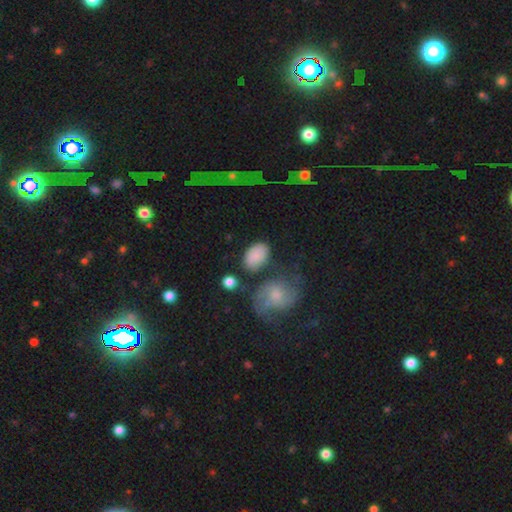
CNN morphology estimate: Q: Smooth or featured?
A: smooth (82%); runner-up: featured or disk (10%)
Q: How rounded?
A: in between (87%); runner-up: round (12%)
Q: Merging?
A: none (67%); runner-up: minor disturbance (18%)